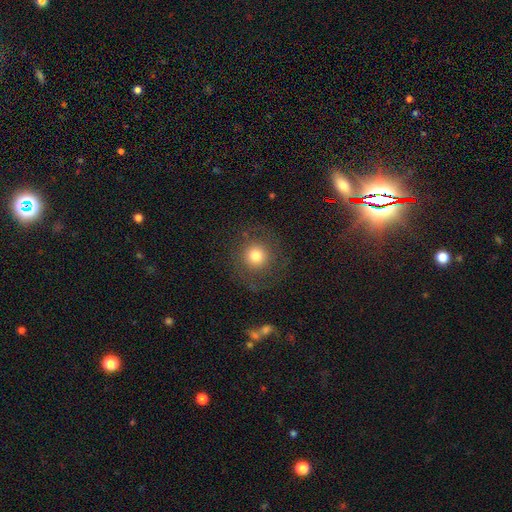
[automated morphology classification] Smooth or featured?
  - smooth: 70% *
  - featured or disk: 18%
  - star or artifact: 13%
How rounded?
  - round: 93% *
  - in between: 6%
  - cigar-shaped: 1%
Merging?
  - none: 78% *
  - minor disturbance: 11%
  - major disturbance: 9%
  - merger: 2%